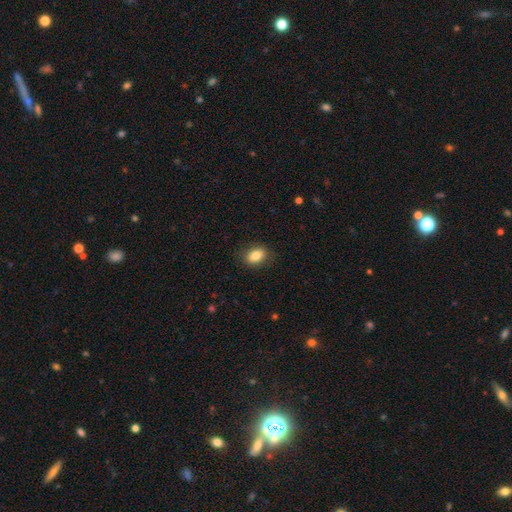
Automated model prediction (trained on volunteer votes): smooth_or_featured: smooth (p=0.85) [alt: star or artifact p=0.08]
how_rounded: in between (p=0.79) [alt: round p=0.19]
merging: none (p=0.85) [alt: minor disturbance p=0.11]